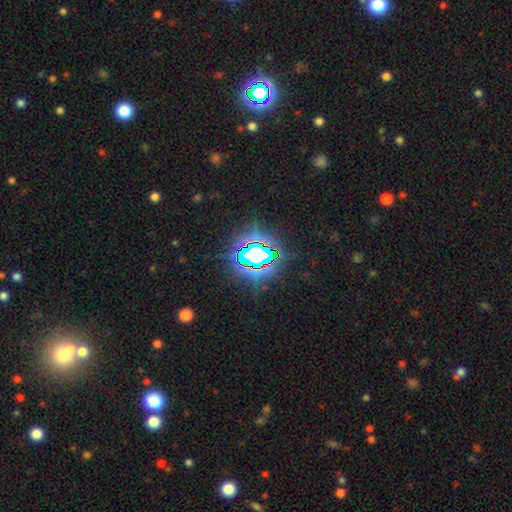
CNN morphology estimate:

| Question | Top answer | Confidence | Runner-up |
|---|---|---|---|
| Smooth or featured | star or artifact | 76% | smooth (14%) |